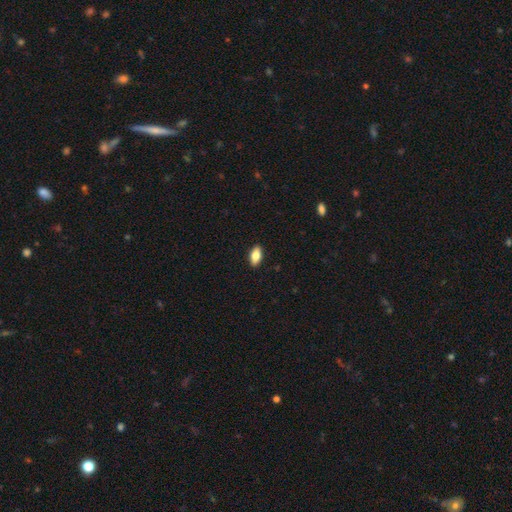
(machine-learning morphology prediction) This is clearly a smooth galaxy (82%). How rounded: clearly in between (90%). Merging: clearly none (90%).